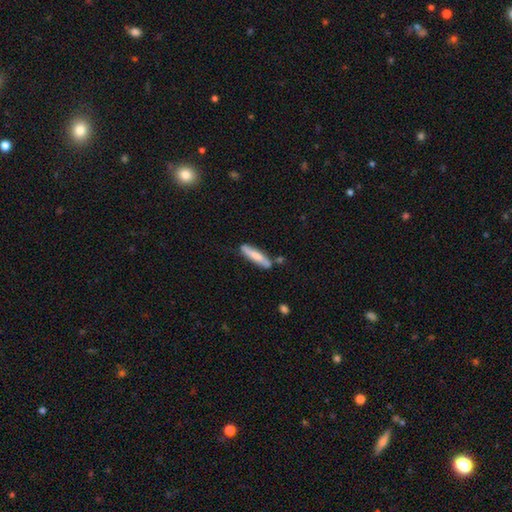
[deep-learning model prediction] Overall: smooth (69%). How rounded: cigar-shaped (85%). Merging: none (71%).